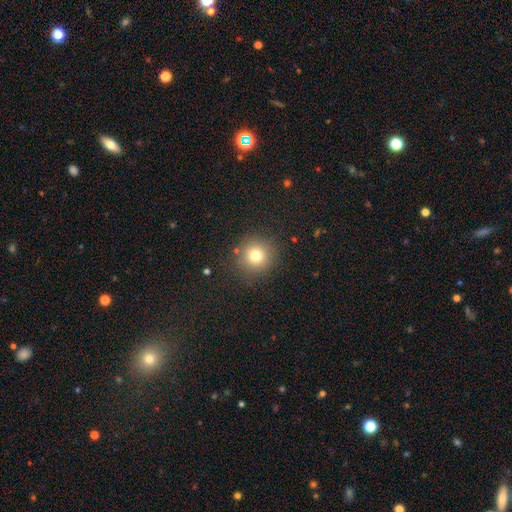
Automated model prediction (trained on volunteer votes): This appears to be a smooth galaxy with no disk features (77%) that is round (93%). Merging: none (87%).